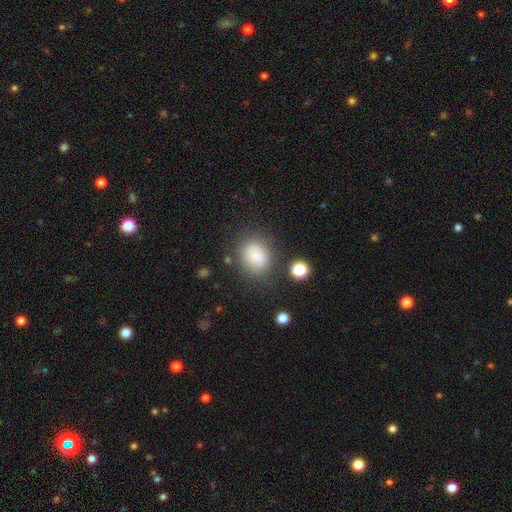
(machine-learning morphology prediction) Smooth or featured? smooth (83%)
How rounded? round (51%)
Merging? none (74%)